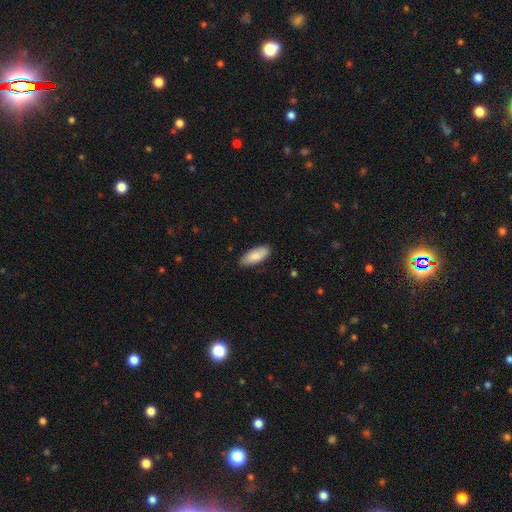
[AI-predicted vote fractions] smooth-or-featured: smooth: 85% | featured or disk: 9% | star or artifact: 6%
  how-rounded: in between: 82% | cigar-shaped: 16% | round: 2%
  merging: none: 86% | minor disturbance: 11% | major disturbance: 2% | merger: 1%